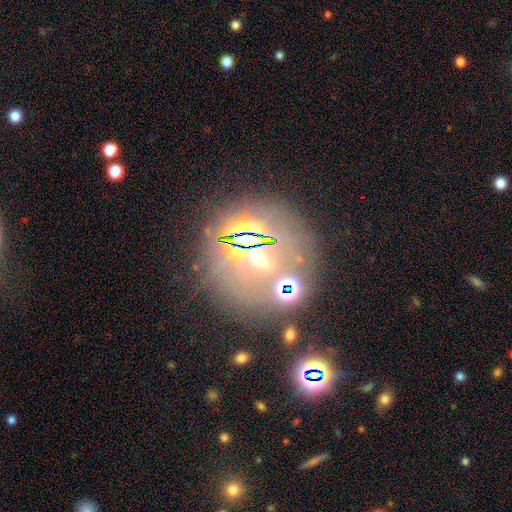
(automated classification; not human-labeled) smooth-or-featured: star or artifact: 49% | featured or disk: 31% | smooth: 20%